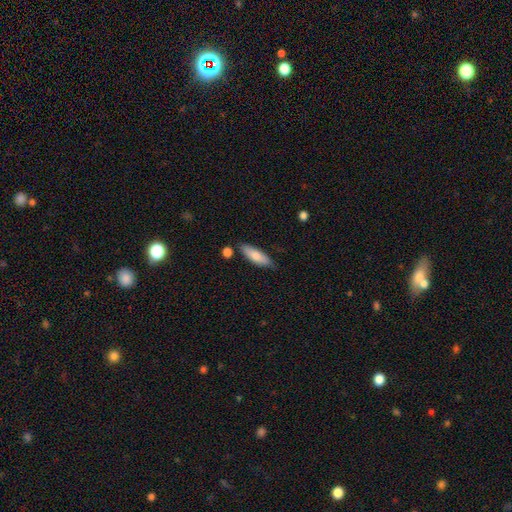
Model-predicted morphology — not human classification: A smooth galaxy with no disk features (80%) that is in between round and cigar-shaped (51%). Merging: none (78%).